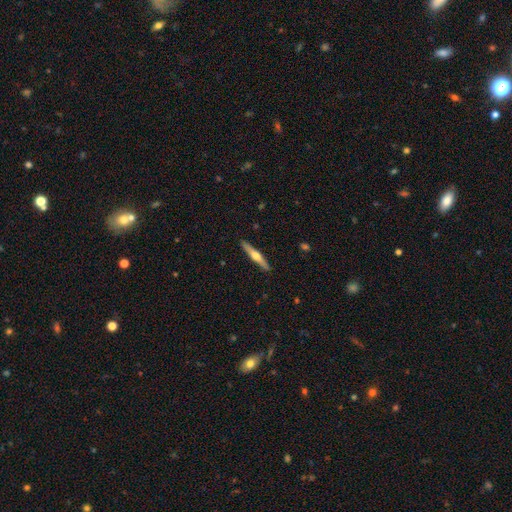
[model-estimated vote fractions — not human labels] This appears to be a featured or disk galaxy (62%) viewed edge-on (97%) with a rounded central bulge (92%). Merging: none (91%).